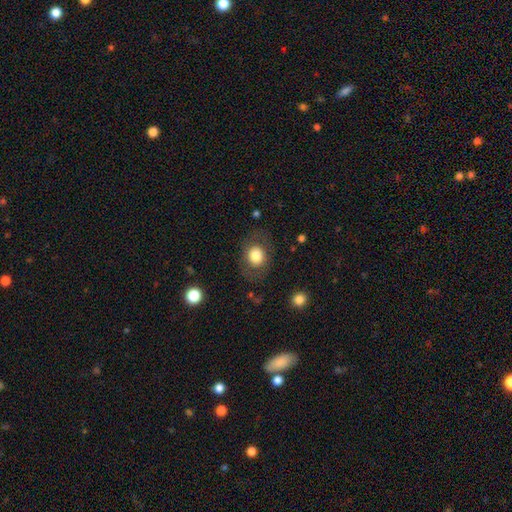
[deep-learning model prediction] Q: Smooth or featured?
A: smooth (76%); runner-up: featured or disk (16%)
Q: How rounded?
A: round (54%); runner-up: in between (45%)
Q: Merging?
A: none (77%); runner-up: minor disturbance (13%)